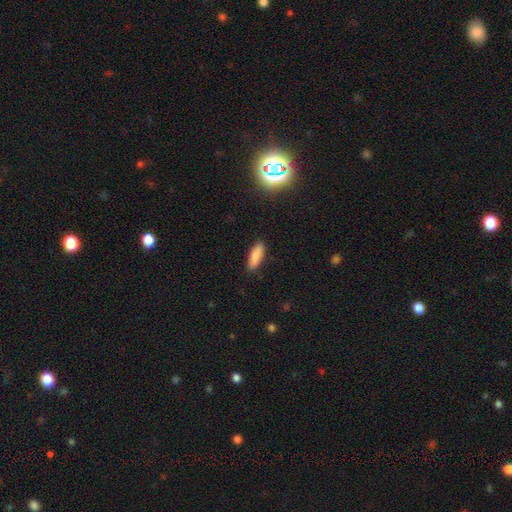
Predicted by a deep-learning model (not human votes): Morphology: type=smooth (85%); roundness=in between (53%); merging=none (88%).